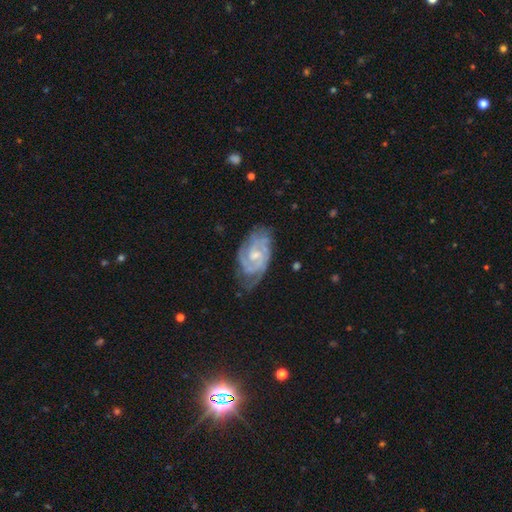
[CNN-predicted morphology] This is clearly a featured or disk galaxy (88%). It is clearly not viewed edge-on (97%). Bar: possibly no (52%). Spiral arm pattern: clearly yes (97%). Spiral arm count: marginally 2 (37%). Spiral winding: likely tight (63%). Central bulge: possibly moderate (47%). Merging: likely none (67%).